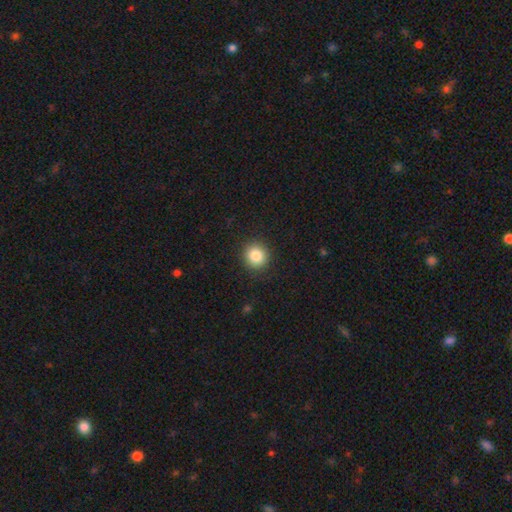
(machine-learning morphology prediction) Q: Smooth or featured?
A: smooth (85%); runner-up: star or artifact (10%)
Q: How rounded?
A: round (90%); runner-up: in between (9%)
Q: Merging?
A: none (91%); runner-up: minor disturbance (6%)